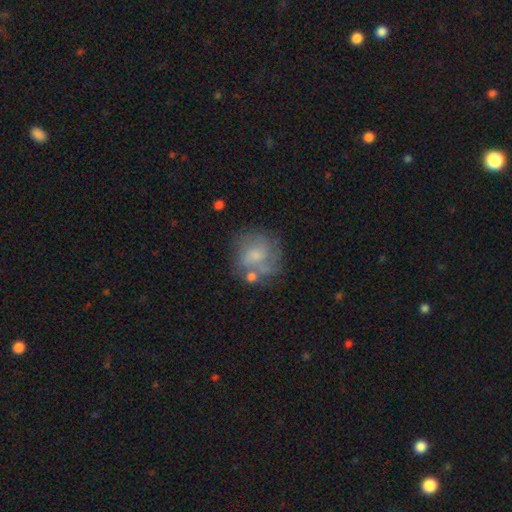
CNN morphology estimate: Q: Smooth or featured?
A: featured or disk (47%); runner-up: smooth (43%)
Q: Merging?
A: none (58%); runner-up: minor disturbance (20%)